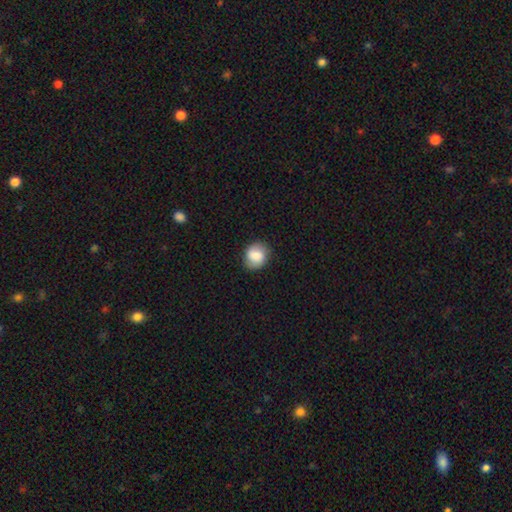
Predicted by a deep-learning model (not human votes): Smooth or featured: smooth — 75% (featured or disk — 17%)
How rounded: round — 69% (in between — 30%)
Merging: none — 83% (minor disturbance — 13%)